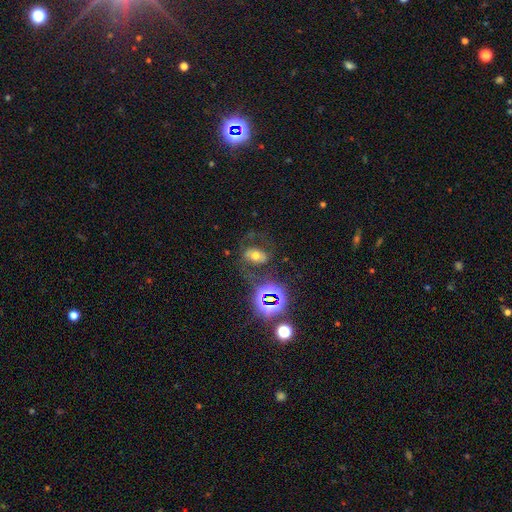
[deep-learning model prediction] This appears to be a smooth galaxy with no disk features (37%). Merging: none (61%).